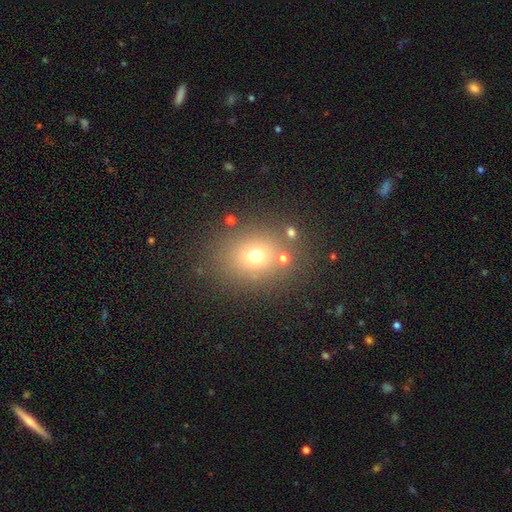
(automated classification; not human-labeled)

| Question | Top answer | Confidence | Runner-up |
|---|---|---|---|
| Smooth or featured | smooth | 67% | star or artifact (20%) |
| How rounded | round | 63% | in between (36%) |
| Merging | none | 76% | minor disturbance (11%) |